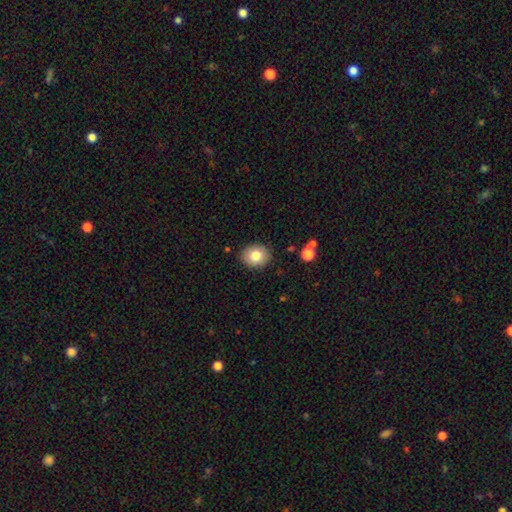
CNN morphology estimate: smooth 81%, featured or disk 11%, star or artifact 8%. Down the decision tree: how rounded — round (57%); merging — none (88%).